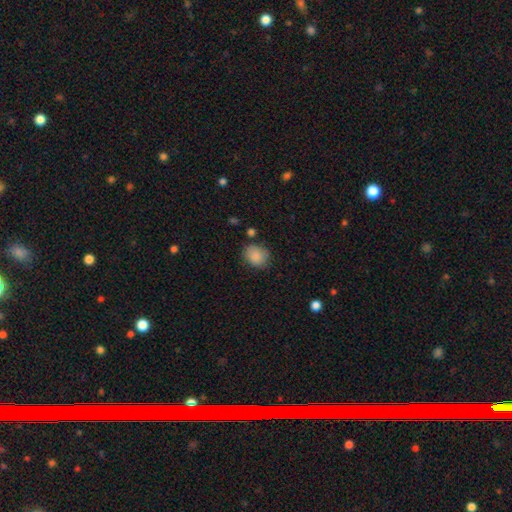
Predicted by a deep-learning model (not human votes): Q: Smooth or featured?
A: smooth (86%); runner-up: star or artifact (9%)
Q: How rounded?
A: round (63%); runner-up: in between (36%)
Q: Merging?
A: none (73%); runner-up: minor disturbance (18%)